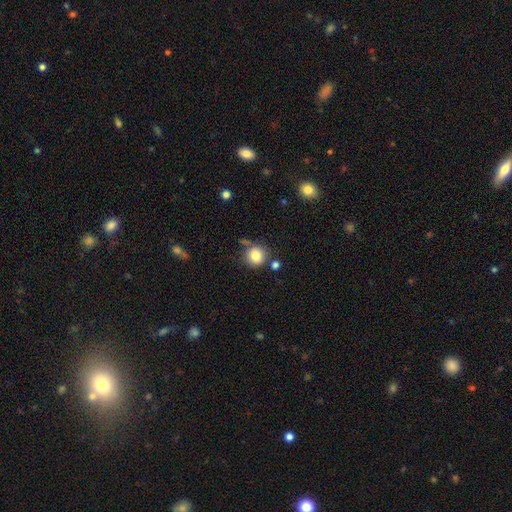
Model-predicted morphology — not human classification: A smooth galaxy with no disk features (82%) that is round (90%).

Vote fractions:
- Smooth or featured? smooth: 82% / star or artifact: 10% / featured or disk: 8%
- How rounded? round: 90% / in between: 9% / cigar-shaped: 1%
- Merging? none: 69% / minor disturbance: 15% / merger: 11% / major disturbance: 5%